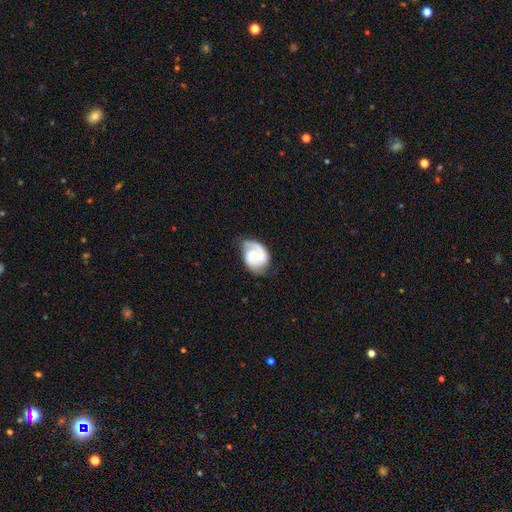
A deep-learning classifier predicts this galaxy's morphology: A featured or disk galaxy (82%) with a weak bar (45%), 2 (76%) tight (47%) spiral arms (96%) and a small central bulge (47%). Merging: none (69%).